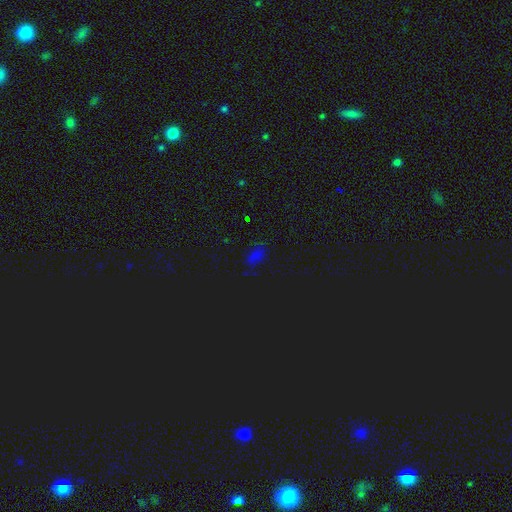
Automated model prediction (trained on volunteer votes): This appears to be a smooth galaxy with no disk features (50%). Merging: none (70%).